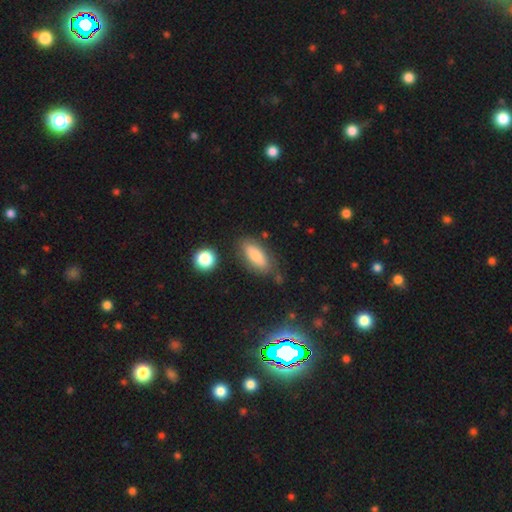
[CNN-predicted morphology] The model was most divided on "merging": none: 72%, minor disturbance: 17%, merger: 5%, major disturbance: 5%. More confident: how rounded — in between (82%); smooth or featured — smooth (79%).